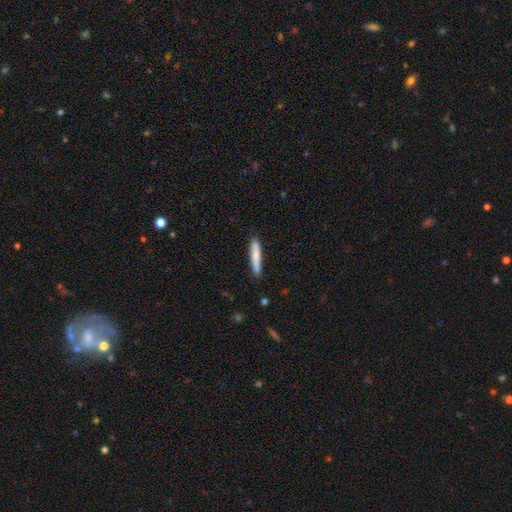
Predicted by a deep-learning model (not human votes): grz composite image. It shows a smooth galaxy with no disk features (78%) that is cigar-shaped (91%). Merging: none (85%).